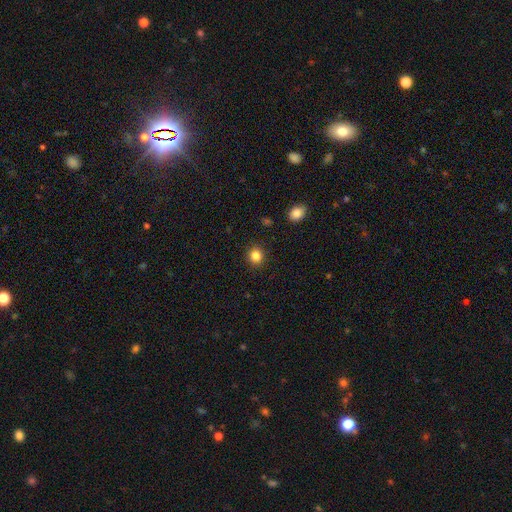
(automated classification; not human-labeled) The model was most divided on "smooth or featured": smooth: 84%, star or artifact: 11%, featured or disk: 4%. More confident: merging — none (91%); how rounded — round (86%).